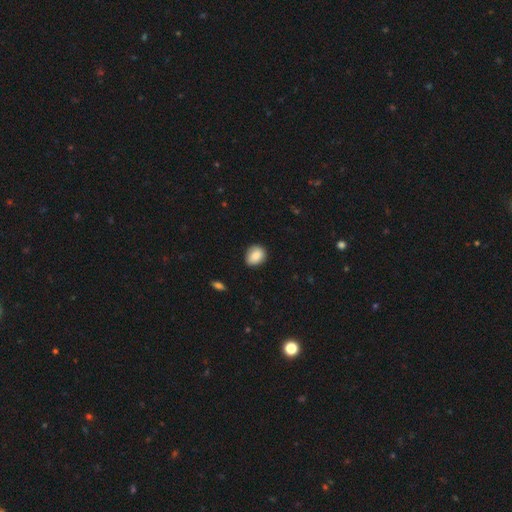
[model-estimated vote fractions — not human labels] Smooth or featured? Predicted: smooth (p=0.85). How rounded? Predicted: round (p=0.51). Merging? Predicted: none (p=0.84).